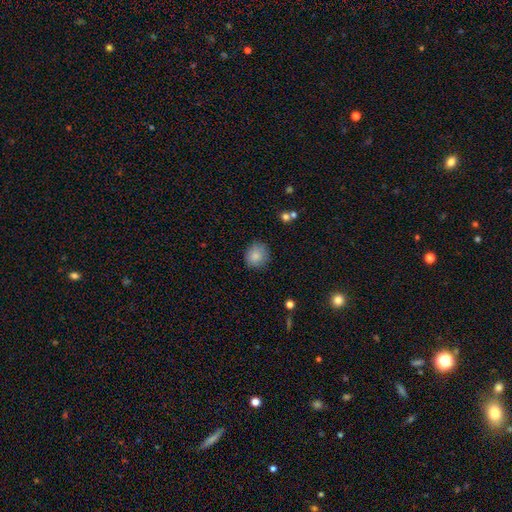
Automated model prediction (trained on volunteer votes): Smooth or featured: smooth — 86% (star or artifact — 8%)
How rounded: round — 82% (in between — 17%)
Merging: none — 83% (minor disturbance — 13%)